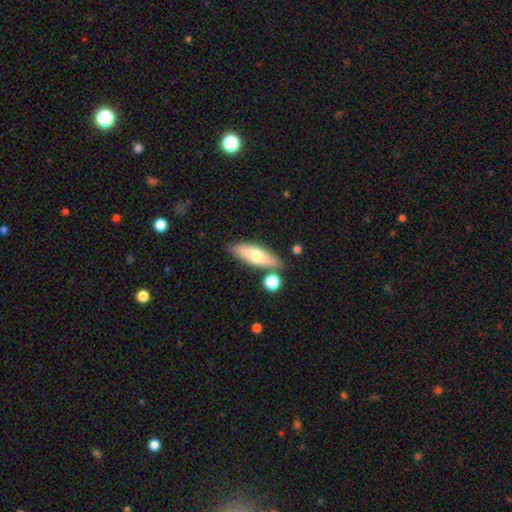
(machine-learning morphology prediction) Overall: smooth (63%; featured or disk 30%). How rounded: cigar-shaped (53%; in between 45%). Merging: none (78%).